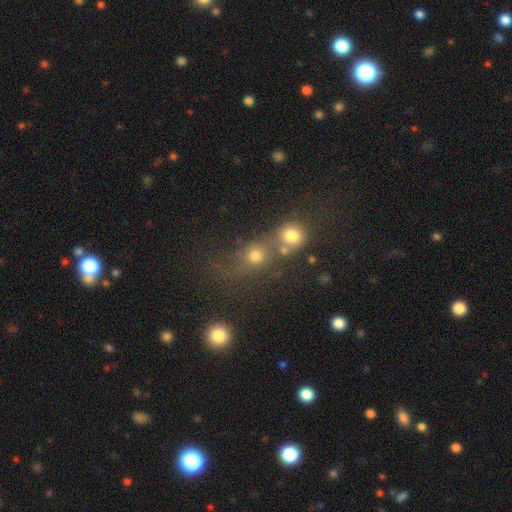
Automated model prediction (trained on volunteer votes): Smooth or featured? smooth (68%)
How rounded? round (80%)
Merging? merger (47%)